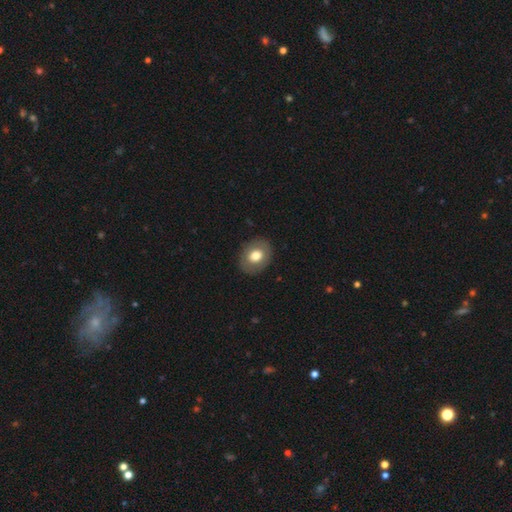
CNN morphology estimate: Overall: smooth (72%). How rounded: in between (55%; round 44%). Merging: none (87%).